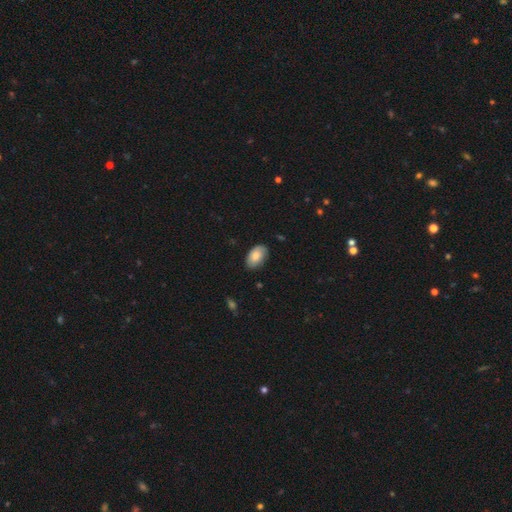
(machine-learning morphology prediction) Q: Smooth or featured?
A: smooth (78%); runner-up: featured or disk (15%)
Q: How rounded?
A: in between (93%); runner-up: round (6%)
Q: Merging?
A: none (80%); runner-up: minor disturbance (16%)